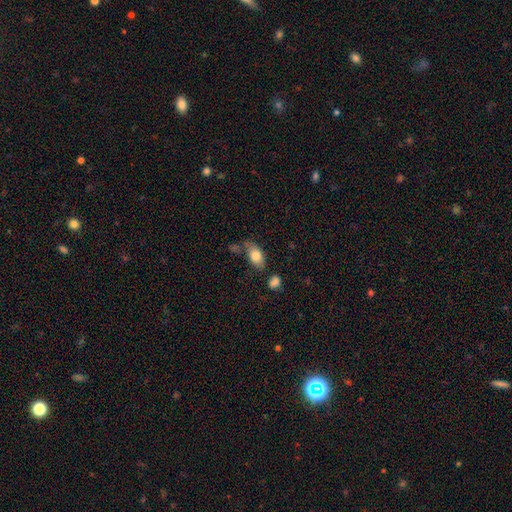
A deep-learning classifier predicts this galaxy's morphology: Smooth or featured? Predicted: smooth (p=0.81). How rounded? Predicted: in between (p=0.90). Merging? Predicted: none (p=0.49).